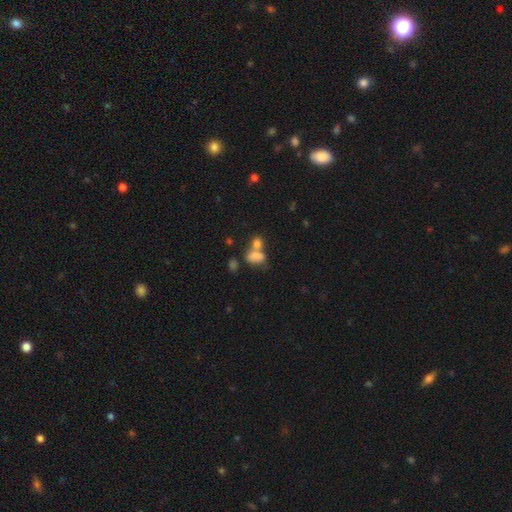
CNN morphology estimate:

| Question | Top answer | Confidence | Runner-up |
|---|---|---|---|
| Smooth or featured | smooth | 76% | featured or disk (13%) |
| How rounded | in between | 79% | round (18%) |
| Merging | merger | 59% | none (25%) |